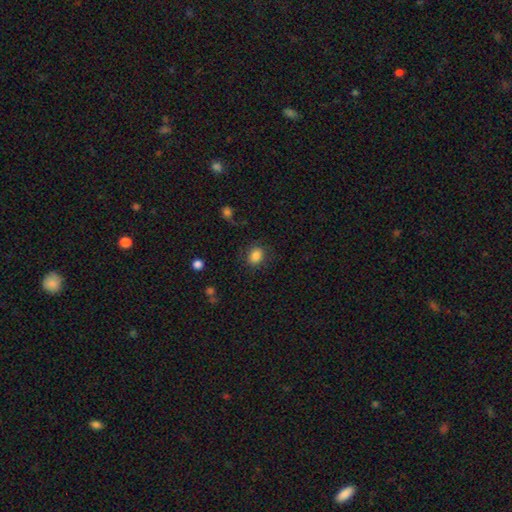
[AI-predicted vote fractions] smooth-or-featured: smooth: 85% | star or artifact: 9% | featured or disk: 5%
  how-rounded: in between: 55% | round: 44% | cigar-shaped: 1%
  merging: none: 81% | minor disturbance: 12% | major disturbance: 5% | merger: 2%